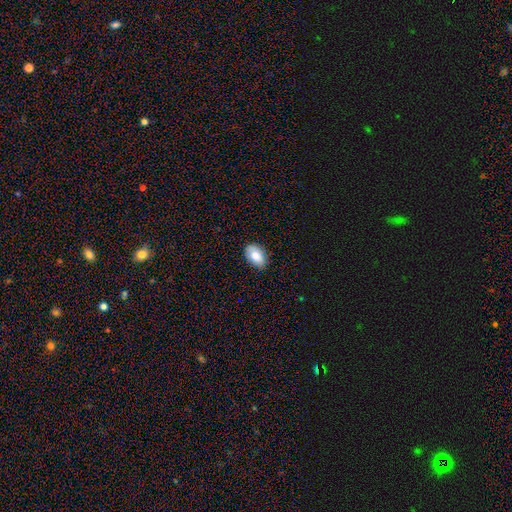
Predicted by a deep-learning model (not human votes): Smooth or featured?
  - smooth: 83% *
  - featured or disk: 10%
  - star or artifact: 7%
How rounded?
  - in between: 89% *
  - round: 10%
  - cigar-shaped: 1%
Merging?
  - none: 81% *
  - minor disturbance: 15%
  - major disturbance: 2%
  - merger: 1%